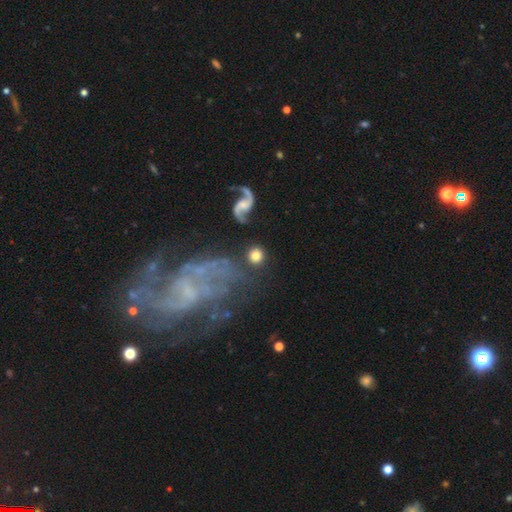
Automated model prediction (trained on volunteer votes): The model was most divided on "smooth or featured": smooth: 72%, featured or disk: 20%, star or artifact: 7%. More confident: how rounded — round (92%); merging — none (80%).